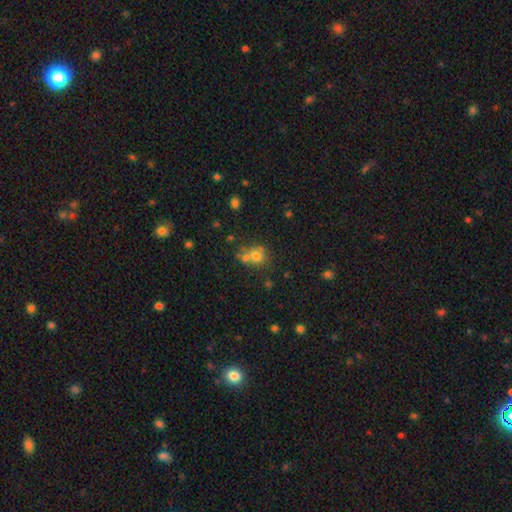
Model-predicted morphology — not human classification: smooth-or-featured: smooth: 67% | star or artifact: 17% | featured or disk: 16%
  how-rounded: round: 77% | in between: 22% | cigar-shaped: 1%
  merging: none: 47% | merger: 37% | minor disturbance: 11% | major disturbance: 5%